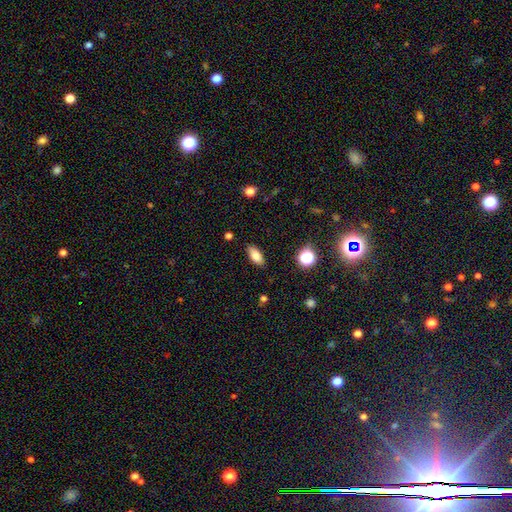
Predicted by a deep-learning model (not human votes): Smooth or featured: smooth — 80% (featured or disk — 10%)
How rounded: in between — 85% (cigar-shaped — 11%)
Merging: none — 87% (minor disturbance — 10%)